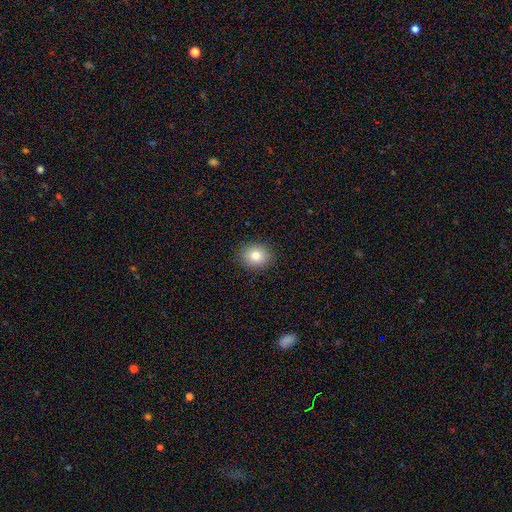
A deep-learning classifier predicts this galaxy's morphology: Q: Smooth or featured?
A: smooth (80%); runner-up: star or artifact (11%)
Q: How rounded?
A: round (69%); runner-up: in between (30%)
Q: Merging?
A: none (90%); runner-up: minor disturbance (7%)